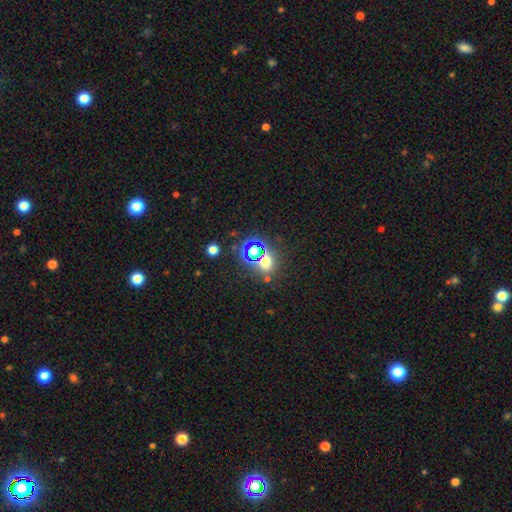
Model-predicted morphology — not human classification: Smooth or featured? Predicted: star or artifact (p=0.71).